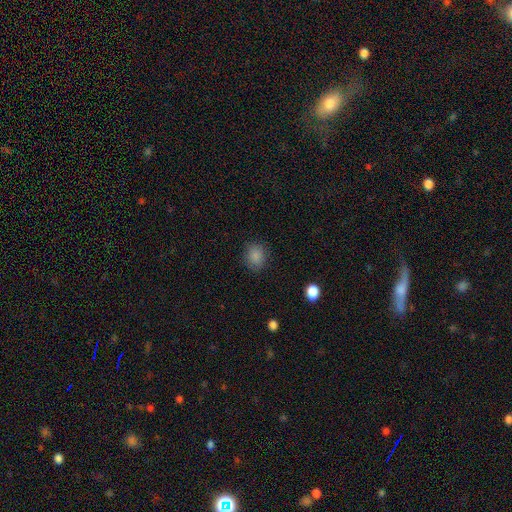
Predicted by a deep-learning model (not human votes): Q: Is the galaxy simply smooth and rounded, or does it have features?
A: smooth — 86%.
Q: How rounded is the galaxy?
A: round — 65%.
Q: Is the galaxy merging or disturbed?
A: none — 85%.